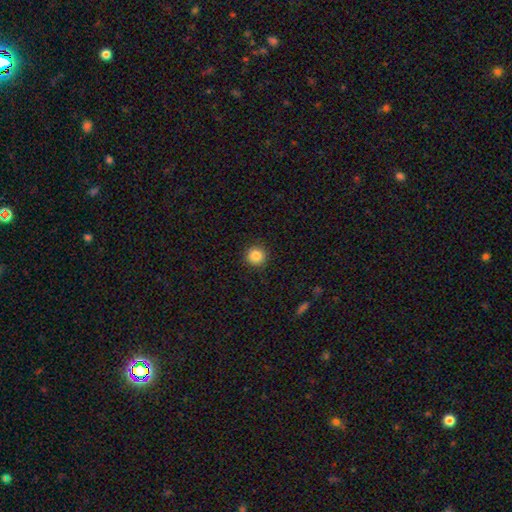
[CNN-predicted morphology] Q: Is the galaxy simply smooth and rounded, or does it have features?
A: smooth — 86%.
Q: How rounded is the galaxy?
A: round — 94%.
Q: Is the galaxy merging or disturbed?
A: none — 92%.